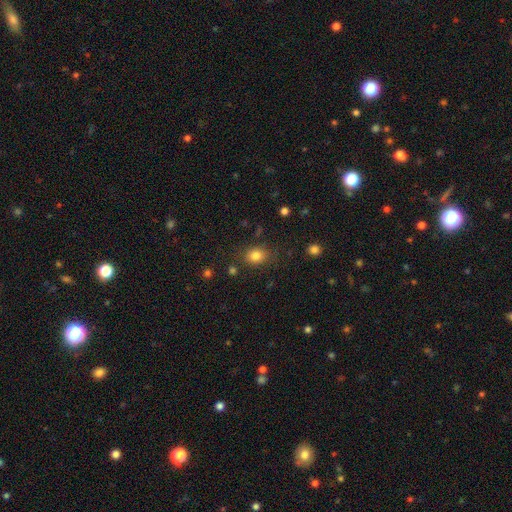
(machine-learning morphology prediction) The model was most divided on "how rounded": in between: 50%, round: 49%, cigar-shaped: 1%. More confident: smooth or featured — smooth (82%); merging — none (79%).